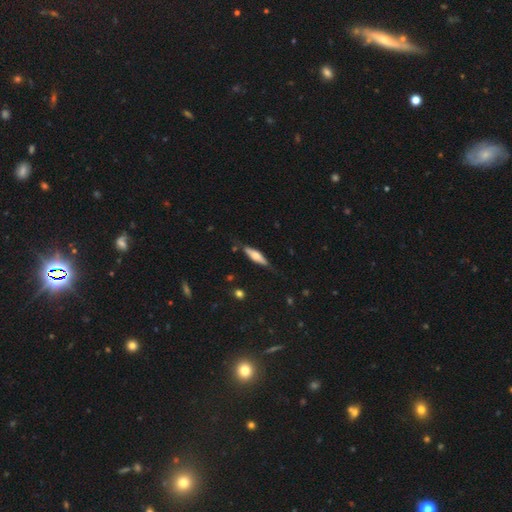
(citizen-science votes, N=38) Smooth or featured?
  - featured or disk: 68% *
  - smooth: 29%
  - star or artifact: 3%
Edge-on disk?
  - yes: 96% *
  - no: 4%
Edge-on bulge?
  - rounded: 76% *
  - boxy: 24%
  - none: 0%
Merging?
  - none: 81% *
  - minor disturbance: 8%
  - major disturbance: 8%
  - merger: 3%